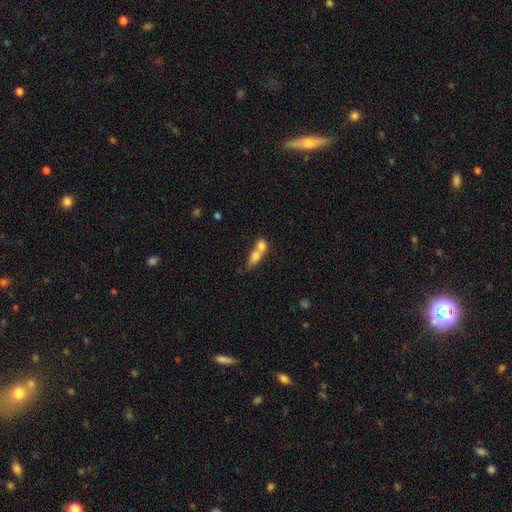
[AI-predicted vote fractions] Q: Smooth or featured?
A: smooth (72%); runner-up: featured or disk (20%)
Q: How rounded?
A: in between (60%); runner-up: round (23%)
Q: Merging?
A: merger (72%); runner-up: none (17%)